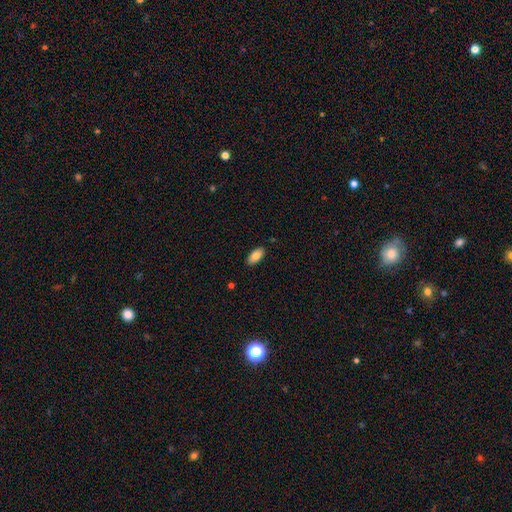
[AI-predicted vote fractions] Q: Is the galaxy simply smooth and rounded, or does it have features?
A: smooth — 83%.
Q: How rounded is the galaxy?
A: in between — 92%.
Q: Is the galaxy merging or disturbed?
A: none — 87%.